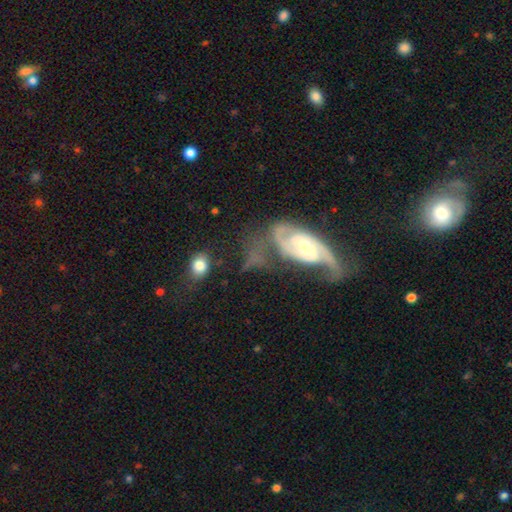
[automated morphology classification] This appears to be a featured or disk galaxy (72%) with no bar (61%), 2 (73%) medium (41%) spiral arms (89%) and a moderate central bulge (46%). Merging: none (41%).